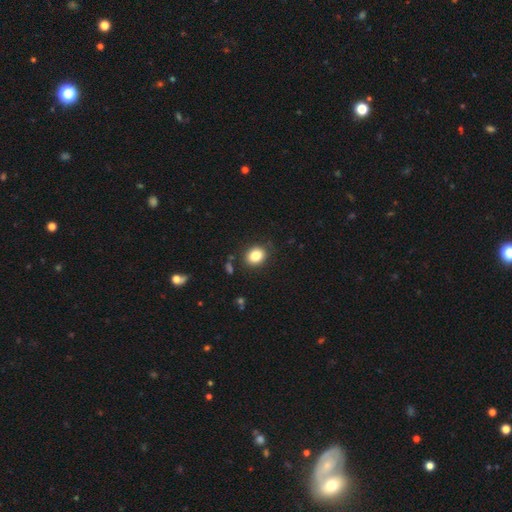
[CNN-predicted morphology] A smooth galaxy with no disk features (84%) that is round (52%). Merging: none (85%).